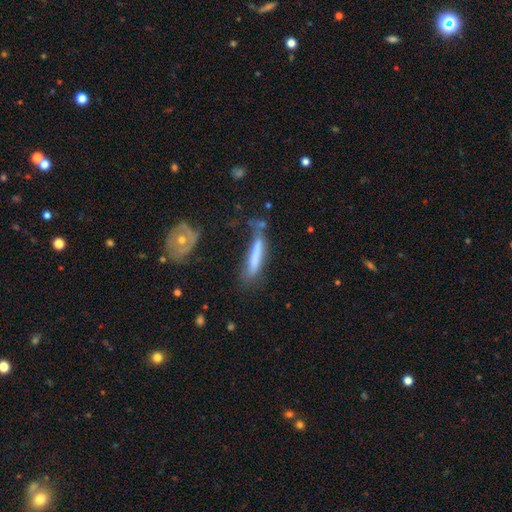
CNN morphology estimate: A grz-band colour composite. It shows a smooth galaxy with no disk features (69%) that is cigar-shaped (88%). Merging: none (47%).